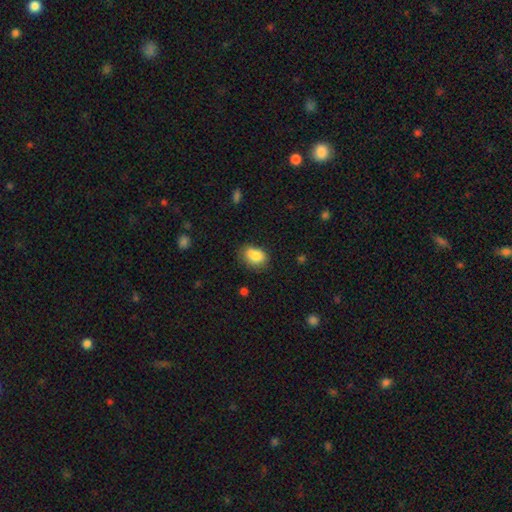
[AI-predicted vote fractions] Morphology: type=smooth (83%); roundness=in between (77%); merging=none (65%).